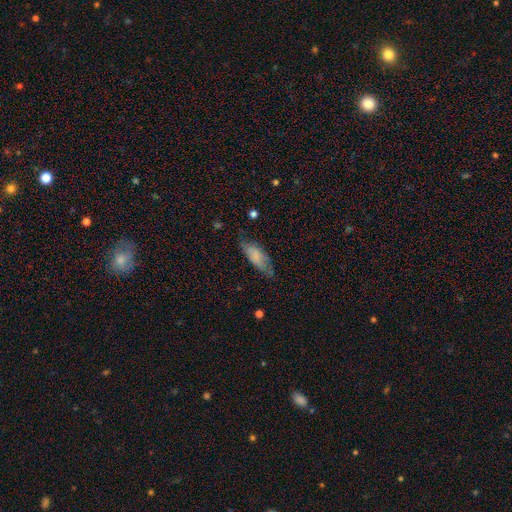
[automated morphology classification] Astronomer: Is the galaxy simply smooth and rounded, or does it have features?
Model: smooth — 74%.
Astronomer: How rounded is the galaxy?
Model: in between — 72%.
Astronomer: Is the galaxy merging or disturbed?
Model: none — 62%.